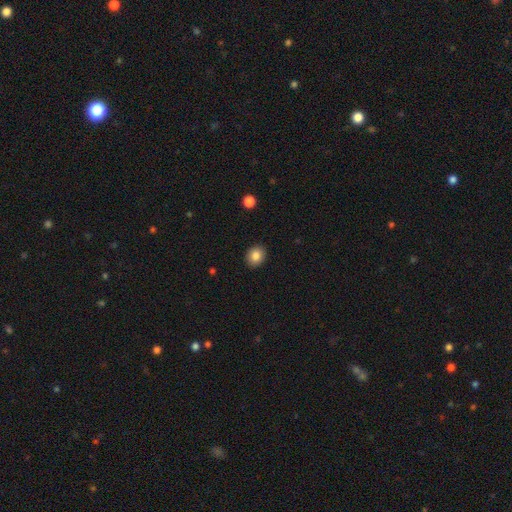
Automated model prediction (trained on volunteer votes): smooth_or_featured: smooth (p=0.84) [alt: star or artifact p=0.09]
how_rounded: round (p=0.61) [alt: in between p=0.38]
merging: none (p=0.91) [alt: minor disturbance p=0.06]